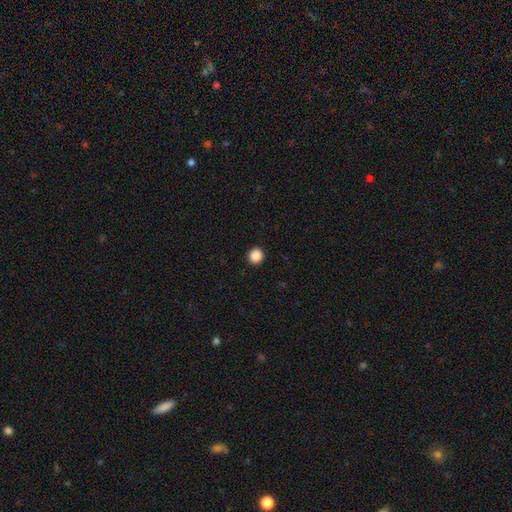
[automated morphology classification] This appears to be a smooth galaxy with no disk features (88%) that is round (94%). Merging: none (93%).